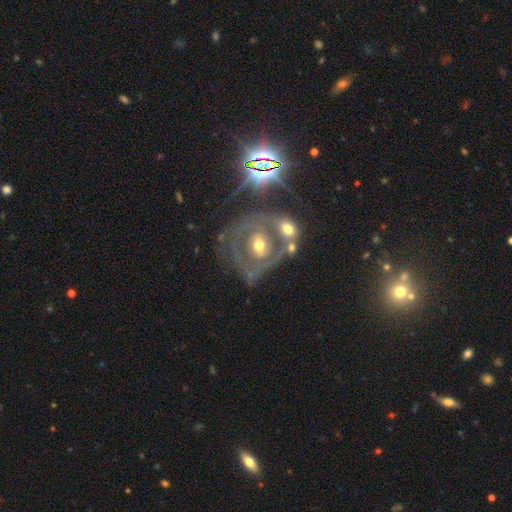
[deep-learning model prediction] Smooth or featured?
  - featured or disk: 71% *
  - star or artifact: 16%
  - smooth: 13%
Edge-on disk?
  - no: 95% *
  - yes: 5%
Bar?
  - no: 54% *
  - weak: 30%
  - strong: 16%
Spiral arms?
  - yes: 61% *
  - no: 39%
Bulge size?
  - moderate: 60% *
  - small: 32%
  - large: 5%
  - none: 2%
  - dominant: 1%
Merging?
  - none: 45% *
  - merger: 27%
  - minor disturbance: 15%
  - major disturbance: 13%